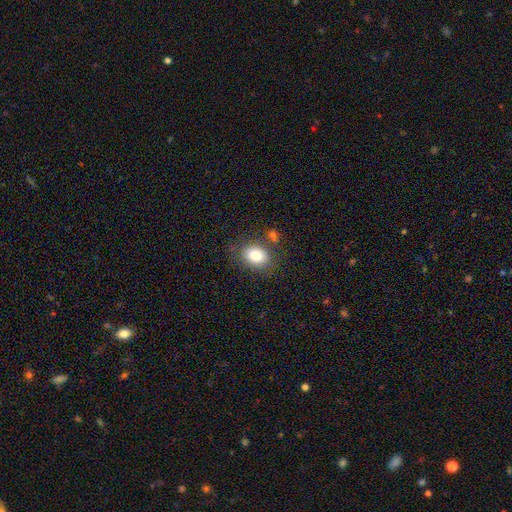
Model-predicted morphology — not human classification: A smooth galaxy with no disk features (80%) that is in between round and cigar-shaped (62%).

Vote fractions:
- Smooth or featured? smooth: 80% / featured or disk: 10% / star or artifact: 10%
- How rounded? in between: 62% / round: 37% / cigar-shaped: 1%
- Merging? none: 77% / minor disturbance: 12% / merger: 7% / major disturbance: 4%